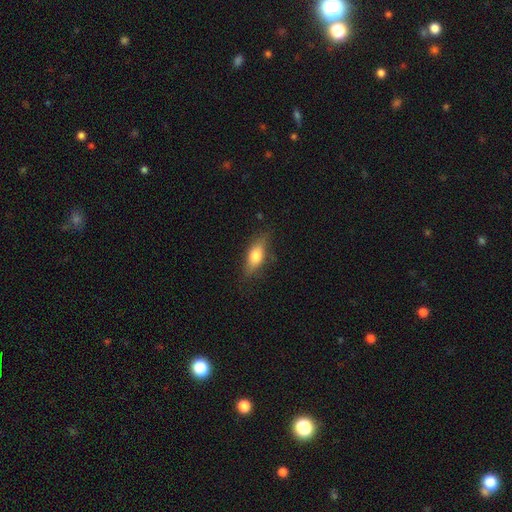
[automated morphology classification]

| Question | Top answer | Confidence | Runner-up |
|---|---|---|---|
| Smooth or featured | smooth | 67% | featured or disk (26%) |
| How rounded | in between | 69% | cigar-shaped (27%) |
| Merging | none | 76% | minor disturbance (19%) |